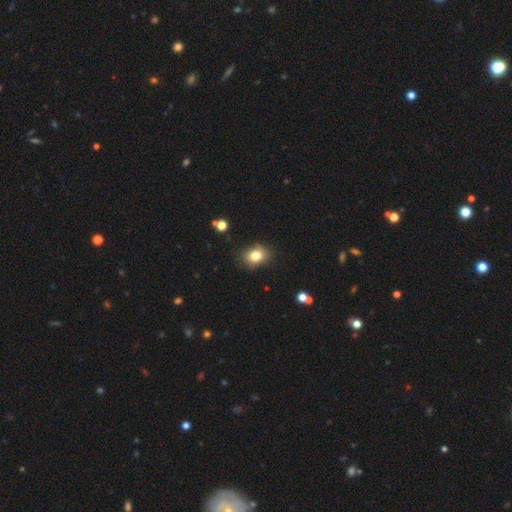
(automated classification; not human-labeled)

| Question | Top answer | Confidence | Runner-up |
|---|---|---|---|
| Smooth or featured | smooth | 81% | star or artifact (10%) |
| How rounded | in between | 61% | round (38%) |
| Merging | none | 82% | minor disturbance (13%) |